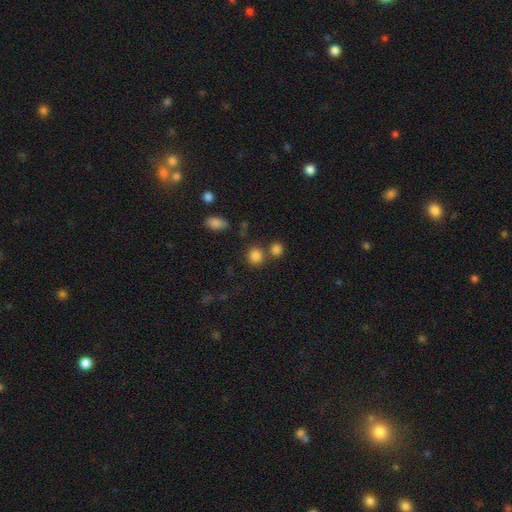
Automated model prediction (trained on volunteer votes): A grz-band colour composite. It shows a smooth galaxy with no disk features (83%) that is round (86%). Merging: none (67%).